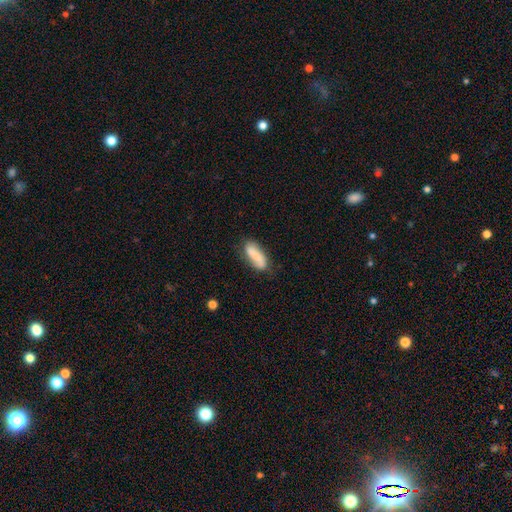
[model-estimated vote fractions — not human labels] smooth-or-featured: smooth: 76% | featured or disk: 17% | star or artifact: 7%
  how-rounded: in between: 64% | cigar-shaped: 33% | round: 2%
  merging: none: 65% | minor disturbance: 25% | major disturbance: 7% | merger: 3%